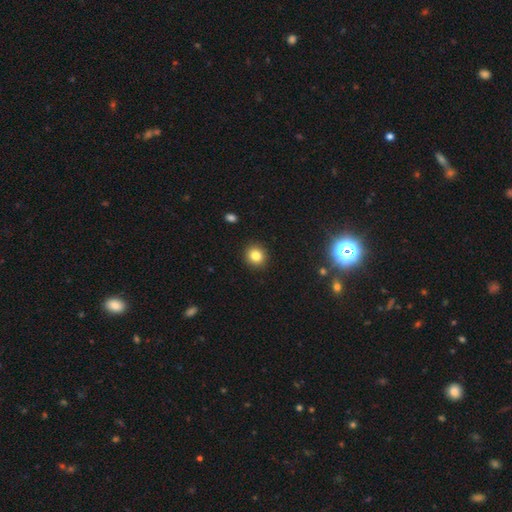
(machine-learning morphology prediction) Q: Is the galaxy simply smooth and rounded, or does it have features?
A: smooth — 81%.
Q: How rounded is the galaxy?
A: round — 90%.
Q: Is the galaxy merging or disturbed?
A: none — 92%.